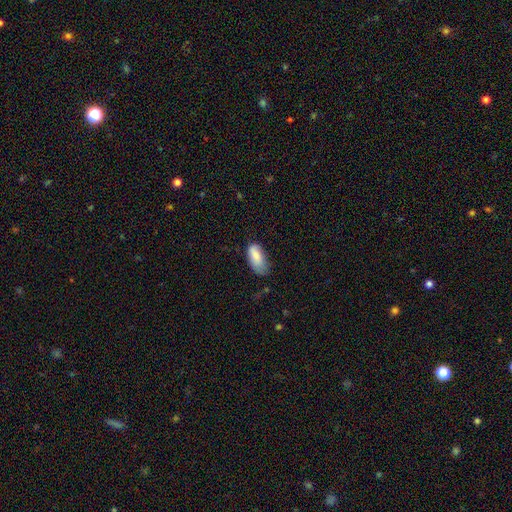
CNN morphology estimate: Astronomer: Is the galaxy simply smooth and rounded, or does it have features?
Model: smooth — 82%.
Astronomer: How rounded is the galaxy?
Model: in between — 91%.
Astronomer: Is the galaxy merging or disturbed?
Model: none — 45% (runner-up: minor disturbance, 40%).